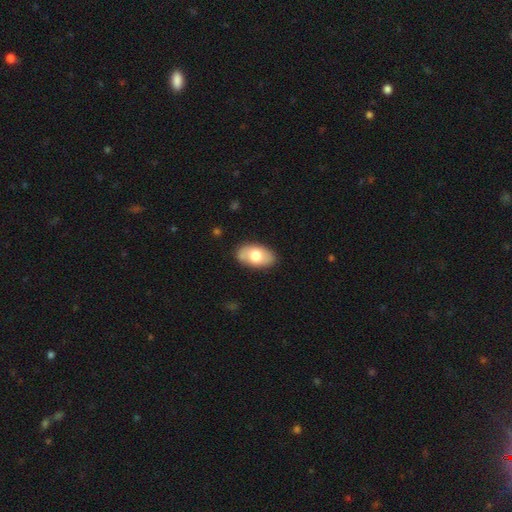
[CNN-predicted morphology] This appears to be a smooth galaxy with no disk features (70%) that is in between round and cigar-shaped (93%). Merging: none (81%).